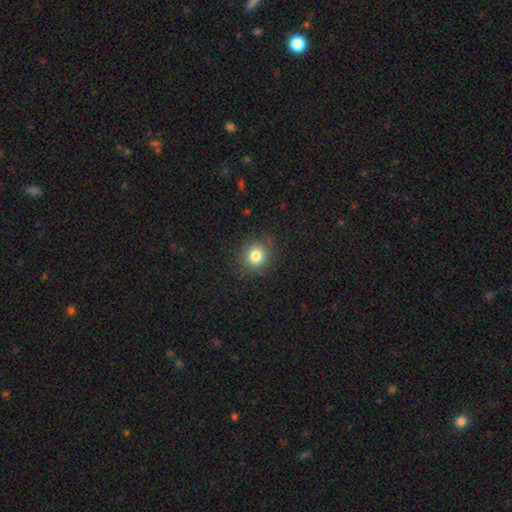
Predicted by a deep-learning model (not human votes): smooth-or-featured: smooth: 81% | star or artifact: 12% | featured or disk: 7%
  how-rounded: round: 81% | in between: 19% | cigar-shaped: 1%
  merging: none: 85% | minor disturbance: 10% | major disturbance: 3% | merger: 1%